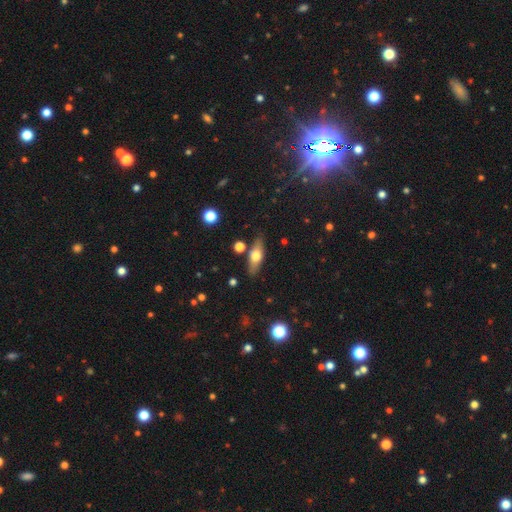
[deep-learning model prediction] Smooth or featured: smooth — 55% (featured or disk — 38%)
How rounded: in between — 58% (cigar-shaped — 37%)
Merging: none — 82% (minor disturbance — 11%)